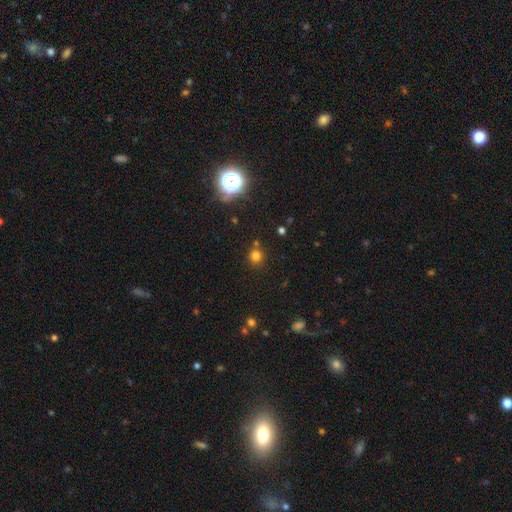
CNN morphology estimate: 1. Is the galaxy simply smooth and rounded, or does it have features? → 72% smooth, 21% star or artifact, 7% featured or disk.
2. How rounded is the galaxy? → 90% round, 9% in between, 1% cigar-shaped.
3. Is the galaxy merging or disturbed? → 76% none, 12% merger, 9% minor disturbance, 3% major disturbance.